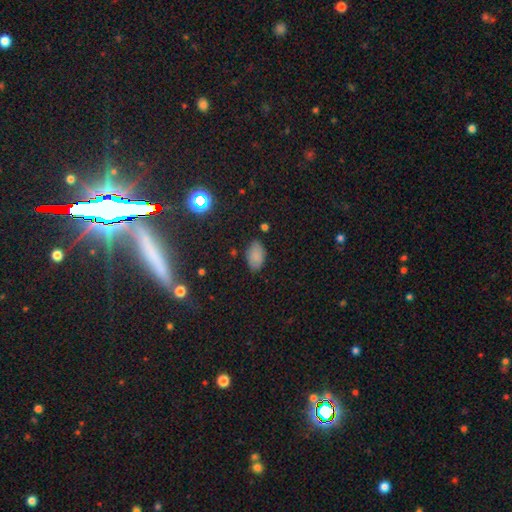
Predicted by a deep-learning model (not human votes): A smooth galaxy with no disk features (81%) that is in between round and cigar-shaped (94%). Merging: none (80%).